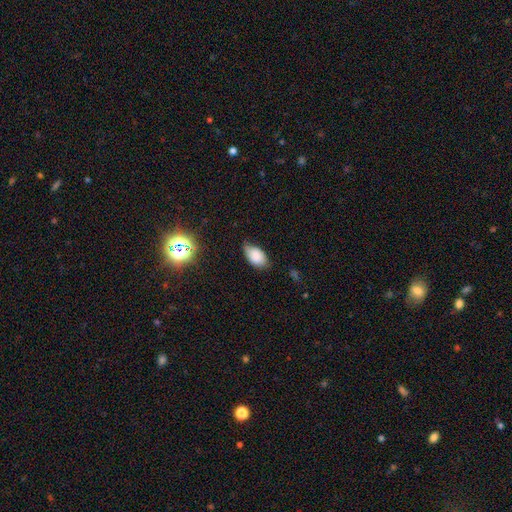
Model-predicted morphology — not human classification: Smooth or featured? smooth (82%)
How rounded? in between (91%)
Merging? none (62%)